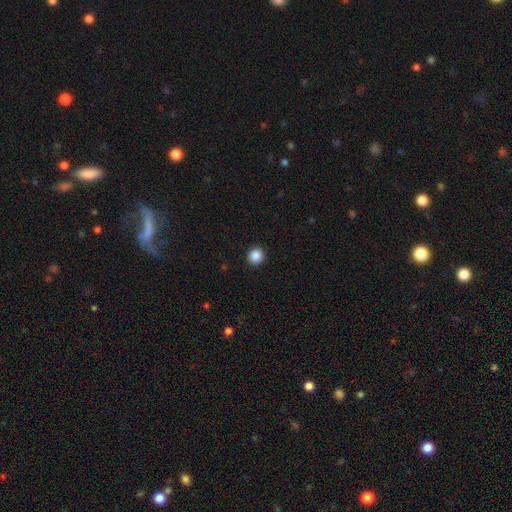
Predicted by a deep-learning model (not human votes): Smooth or featured?
  - smooth: 87% *
  - star or artifact: 10%
  - featured or disk: 3%
How rounded?
  - round: 91% *
  - in between: 8%
  - cigar-shaped: 1%
Merging?
  - none: 93% *
  - minor disturbance: 5%
  - major disturbance: 2%
  - merger: 1%